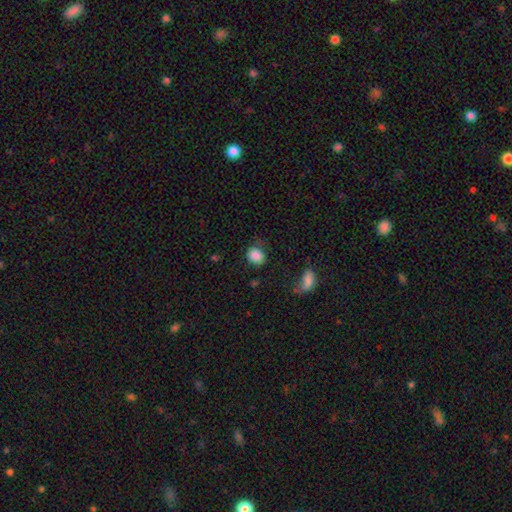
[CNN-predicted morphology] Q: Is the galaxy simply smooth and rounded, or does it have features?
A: smooth — 85%.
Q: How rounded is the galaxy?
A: round — 57%.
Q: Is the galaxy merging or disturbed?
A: none — 68%.